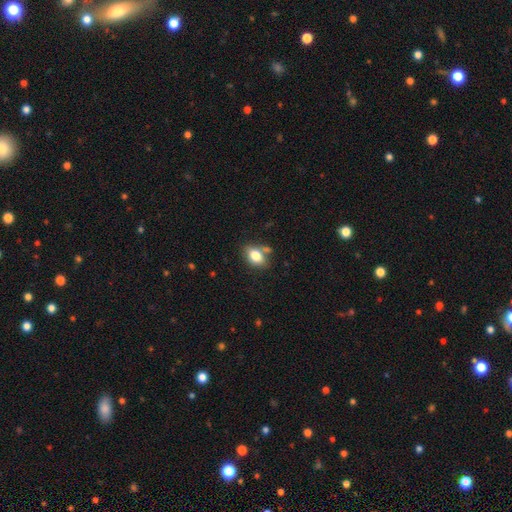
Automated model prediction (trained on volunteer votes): The model was most divided on "merging": none: 61%, minor disturbance: 18%, merger: 16%, major disturbance: 5%. More confident: smooth or featured — smooth (80%); how rounded — in between (78%).